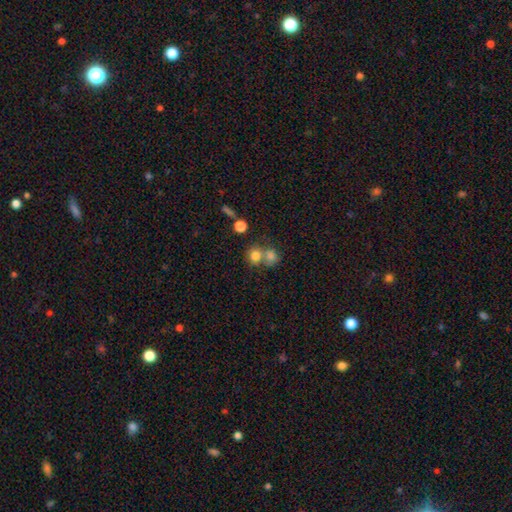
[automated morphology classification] A smooth galaxy with no disk features (77%) that is round (79%). Merging: merger (48%).